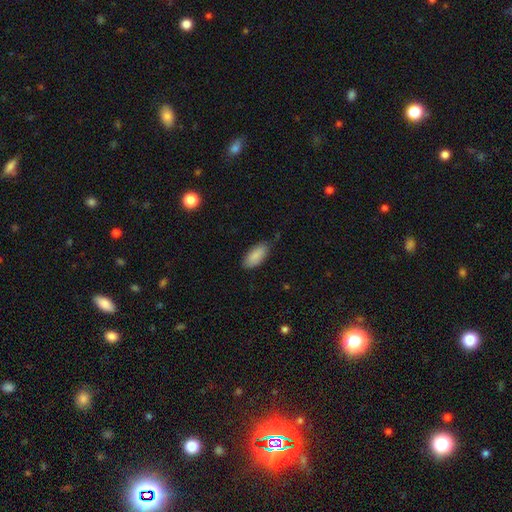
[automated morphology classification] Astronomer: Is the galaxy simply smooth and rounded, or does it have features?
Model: smooth — 88%.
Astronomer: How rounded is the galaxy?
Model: in between — 88%.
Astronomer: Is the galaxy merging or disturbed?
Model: none — 73%.